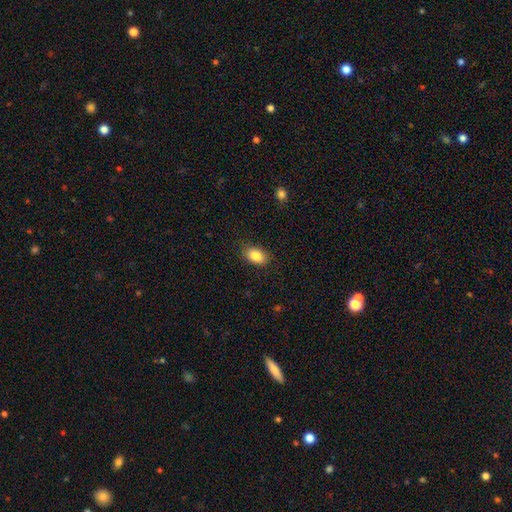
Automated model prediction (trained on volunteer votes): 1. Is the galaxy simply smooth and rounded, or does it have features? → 85% smooth, 8% star or artifact, 7% featured or disk.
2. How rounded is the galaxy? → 88% in between, 10% round, 2% cigar-shaped.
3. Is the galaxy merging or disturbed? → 85% none, 11% minor disturbance, 3% major disturbance, 1% merger.